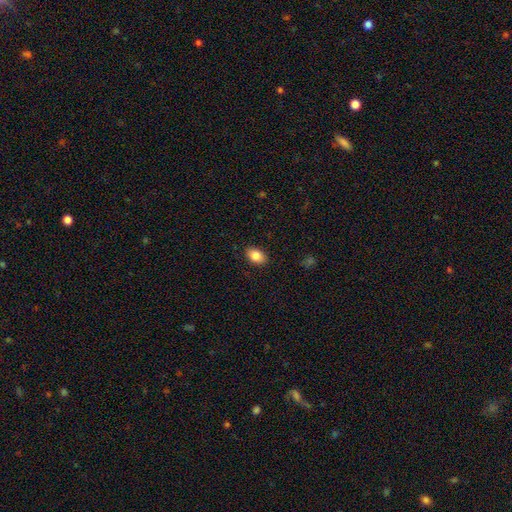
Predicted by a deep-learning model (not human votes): Smooth or featured? smooth (86%)
How rounded? in between (83%)
Merging? none (88%)